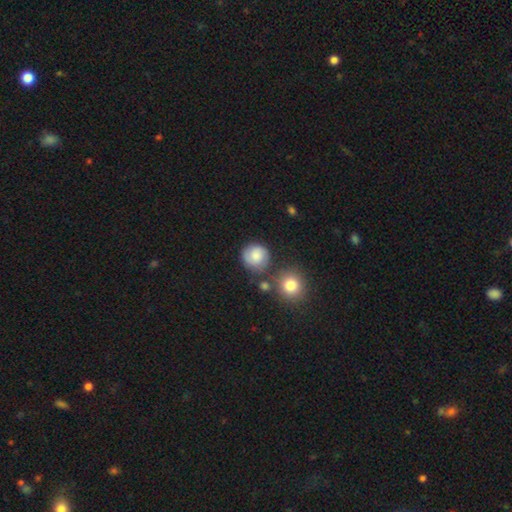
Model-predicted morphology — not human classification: smooth_or_featured: smooth (p=0.73) [alt: featured or disk p=0.19]
how_rounded: round (p=0.91) [alt: in between p=0.08]
merging: none (p=0.69) [alt: minor disturbance p=0.17]